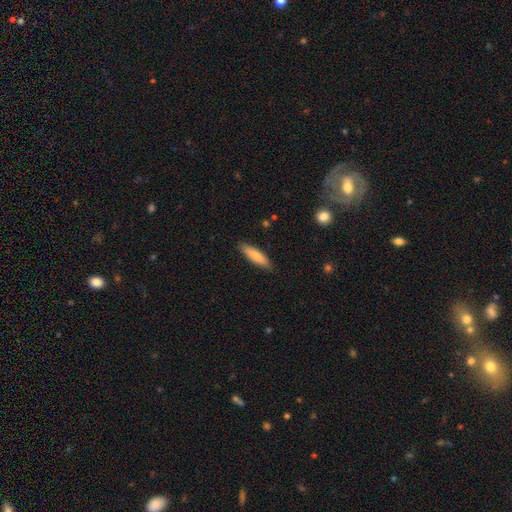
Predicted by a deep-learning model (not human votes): smooth-or-featured: smooth: 79% | featured or disk: 16% | star or artifact: 5%
  how-rounded: cigar-shaped: 71% | in between: 28% | round: 1%
  merging: none: 88% | minor disturbance: 9% | major disturbance: 2% | merger: 1%